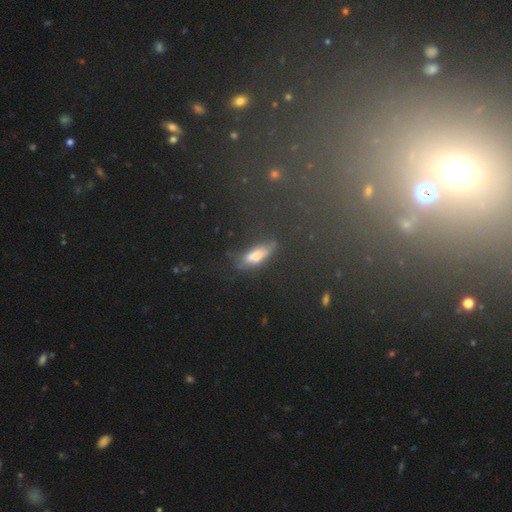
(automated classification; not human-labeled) smooth 61%, featured or disk 21%, star or artifact 17%. Down the decision tree: how rounded — in between (55%); merging — none (52%).